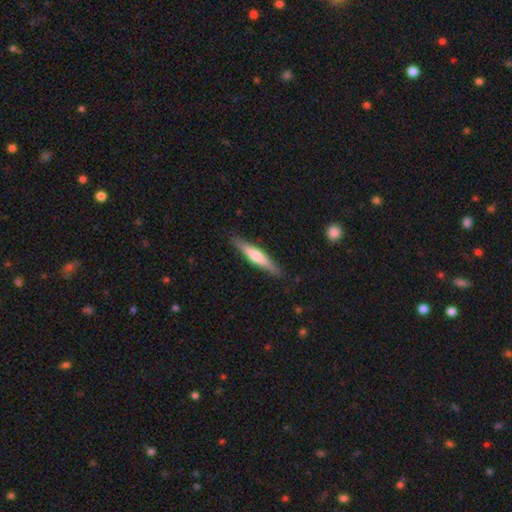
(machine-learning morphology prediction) This appears to be a featured or disk galaxy (50%) viewed edge-on (95%). Merging: none (88%).